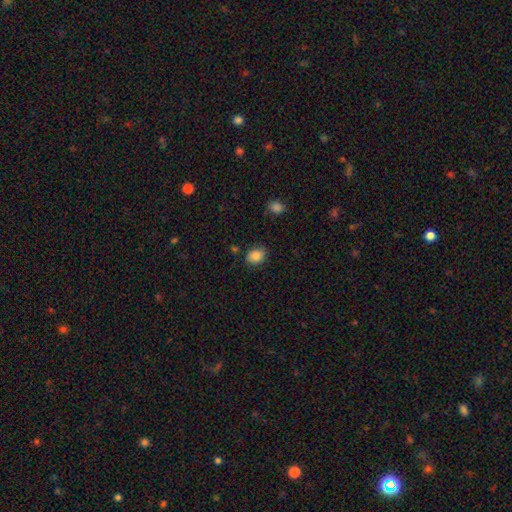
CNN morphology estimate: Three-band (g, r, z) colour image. It shows a smooth galaxy with no disk features (85%) that is in between round and cigar-shaped (54%). Merging: none (78%).